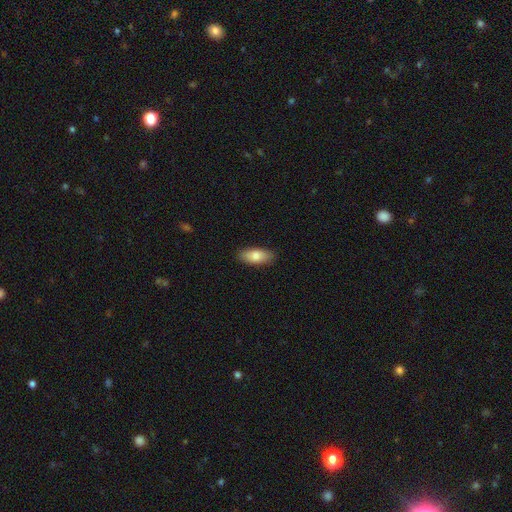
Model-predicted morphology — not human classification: This appears to be a smooth galaxy with no disk features (80%) that is in between round and cigar-shaped (83%). Merging: none (88%).